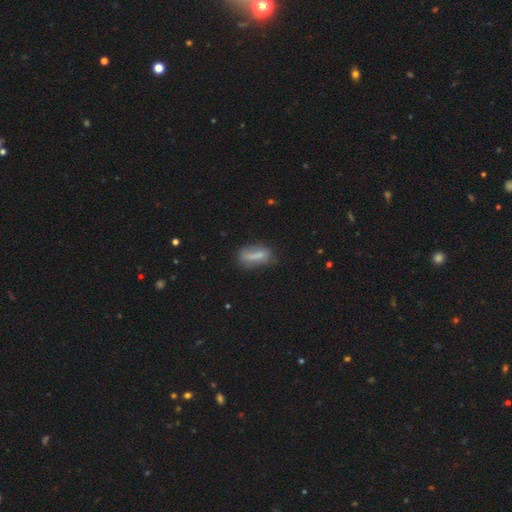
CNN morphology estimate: smooth_or_featured: smooth (p=0.67) [alt: featured or disk p=0.23]
how_rounded: in between (p=0.63) [alt: cigar-shaped p=0.32]
merging: none (p=0.53) [alt: minor disturbance p=0.27]